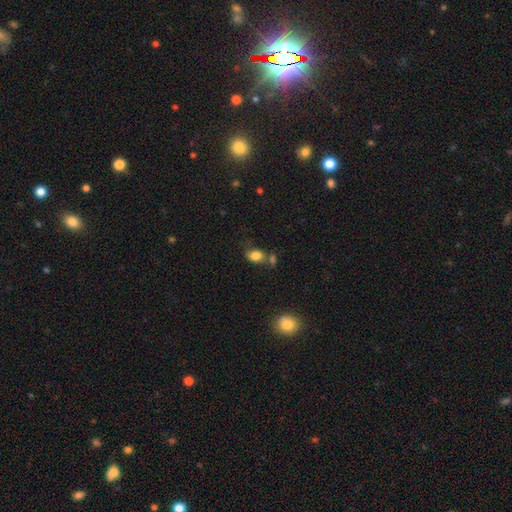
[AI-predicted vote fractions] A smooth galaxy with no disk features (82%) that is in between round and cigar-shaped (67%). Merging: none (51%).